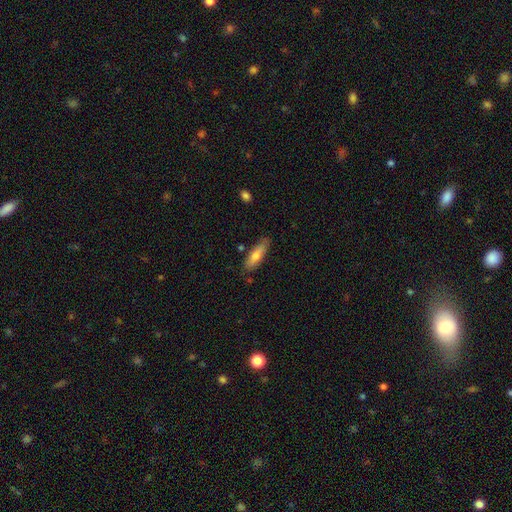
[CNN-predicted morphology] Smooth or featured? Predicted: smooth (p=0.70). How rounded? Predicted: cigar-shaped (p=0.54). Merging? Predicted: none (p=0.80).